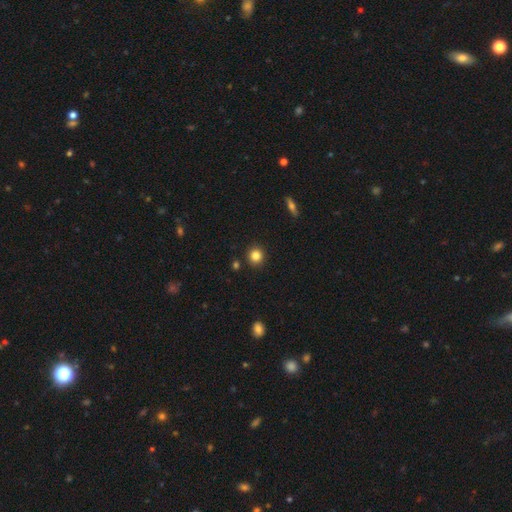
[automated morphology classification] Smooth or featured? Predicted: smooth (p=0.83). How rounded? Predicted: round (p=0.89). Merging? Predicted: none (p=0.90).